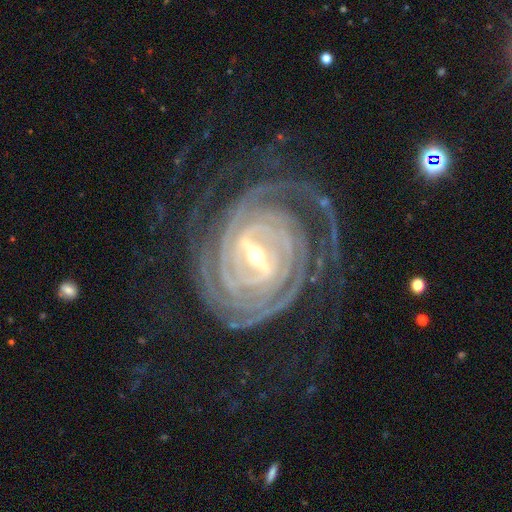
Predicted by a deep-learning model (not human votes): Smooth or featured?
  - featured or disk: 92% *
  - star or artifact: 5%
  - smooth: 3%
Edge-on disk?
  - no: 97% *
  - yes: 3%
Bar?
  - strong: 64% *
  - weak: 29%
  - no: 7%
Spiral arms?
  - yes: 98% *
  - no: 2%
Spiral winding?
  - tight: 85% *
  - medium: 13%
  - loose: 3%
Spiral arm count?
  - 4: 22% *
  - 2: 19%
  - 3: 18%
  - can't tell: 18%
  - more than 4: 14%
  - 1: 9%
Bulge size?
  - small: 49% *
  - moderate: 47%
  - large: 3%
  - none: 1%
  - dominant: 1%
Merging?
  - none: 76% *
  - minor disturbance: 13%
  - major disturbance: 10%
  - merger: 1%